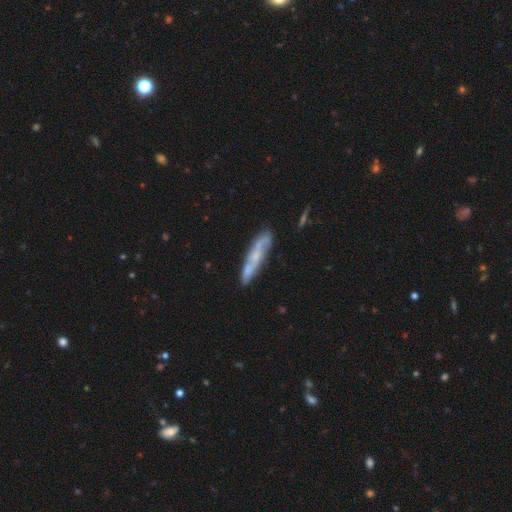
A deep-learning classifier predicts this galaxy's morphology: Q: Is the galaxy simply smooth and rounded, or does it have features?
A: featured or disk — 56%.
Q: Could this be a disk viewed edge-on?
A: no — 51%.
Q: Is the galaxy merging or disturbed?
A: none — 68%.